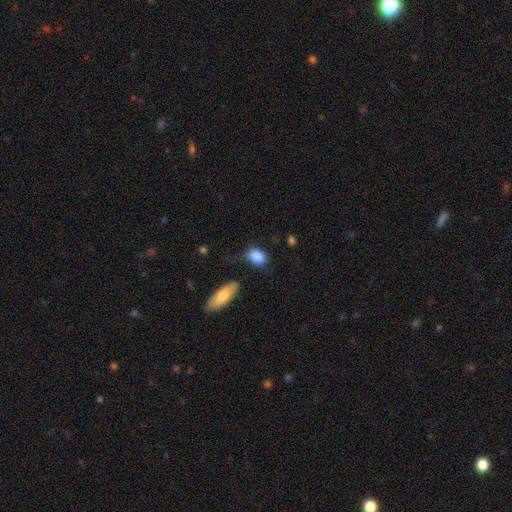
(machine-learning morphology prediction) smooth 86%, featured or disk 7%, star or artifact 7%. Down the decision tree: how rounded — in between (83%); merging — none (49%).